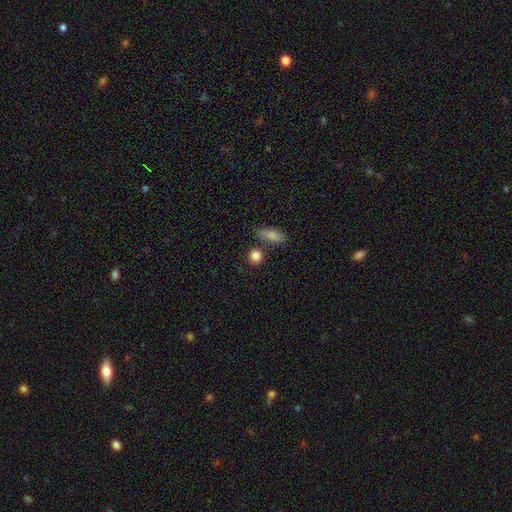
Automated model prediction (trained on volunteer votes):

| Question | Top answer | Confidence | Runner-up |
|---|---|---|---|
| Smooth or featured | smooth | 86% | star or artifact (10%) |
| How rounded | round | 82% | in between (16%) |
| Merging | none | 76% | merger (11%) |